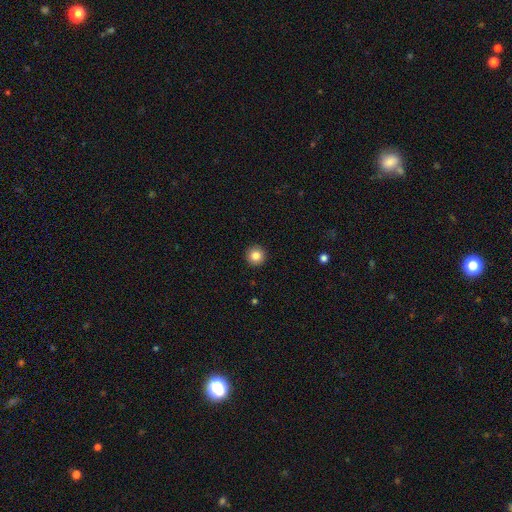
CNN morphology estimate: A smooth galaxy with no disk features (84%) that is round (96%).

Vote fractions:
- Smooth or featured? smooth: 84% / star or artifact: 10% / featured or disk: 6%
- How rounded? round: 96% / in between: 3% / cigar-shaped: 1%
- Merging? none: 93% / minor disturbance: 4% / major disturbance: 1% / merger: 1%